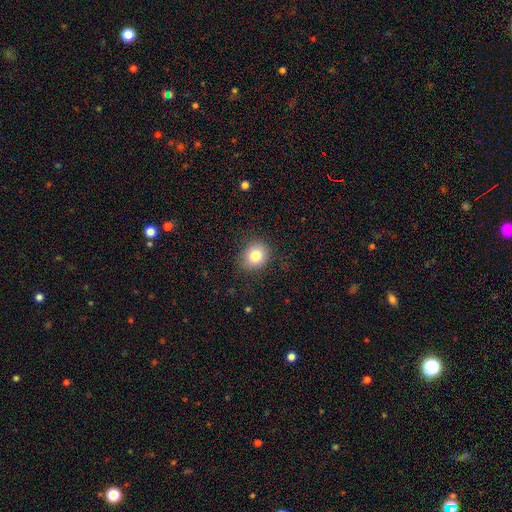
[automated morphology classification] smooth-or-featured: smooth: 81% | star or artifact: 10% | featured or disk: 9%
  how-rounded: round: 73% | in between: 26% | cigar-shaped: 1%
  merging: none: 85% | minor disturbance: 11% | major disturbance: 3% | merger: 1%